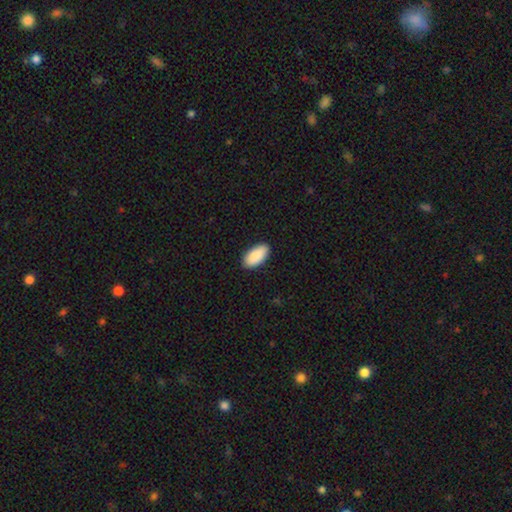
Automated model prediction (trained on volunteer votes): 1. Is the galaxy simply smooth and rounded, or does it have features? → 91% smooth, 6% star or artifact, 3% featured or disk.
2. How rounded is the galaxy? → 94% in between, 4% cigar-shaped, 2% round.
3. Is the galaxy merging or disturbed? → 88% none, 9% minor disturbance, 2% major disturbance, 1% merger.